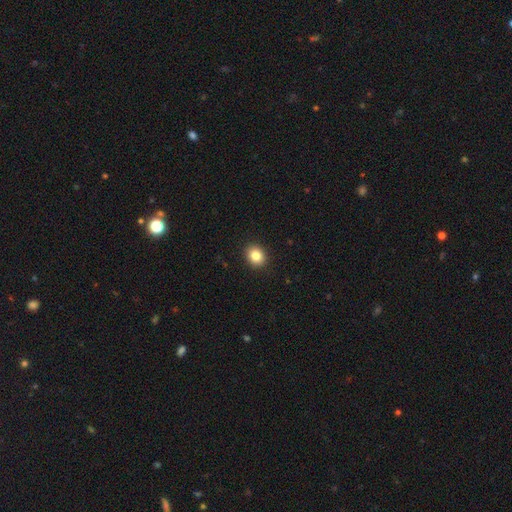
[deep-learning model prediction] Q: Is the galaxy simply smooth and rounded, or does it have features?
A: smooth — 85%.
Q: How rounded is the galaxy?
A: round — 60%.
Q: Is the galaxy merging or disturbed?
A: none — 92%.